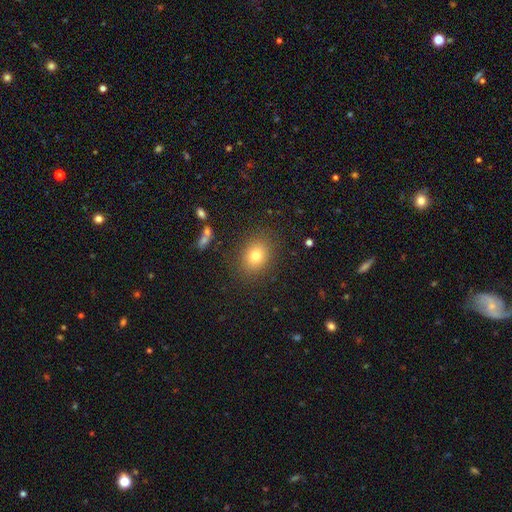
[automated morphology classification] A smooth galaxy with no disk features (78%) that is in between round and cigar-shaped (55%).

Vote fractions:
- Smooth or featured? smooth: 78% / star or artifact: 13% / featured or disk: 10%
- How rounded? in between: 55% / round: 44% / cigar-shaped: 1%
- Merging? none: 86% / minor disturbance: 9% / major disturbance: 3% / merger: 2%